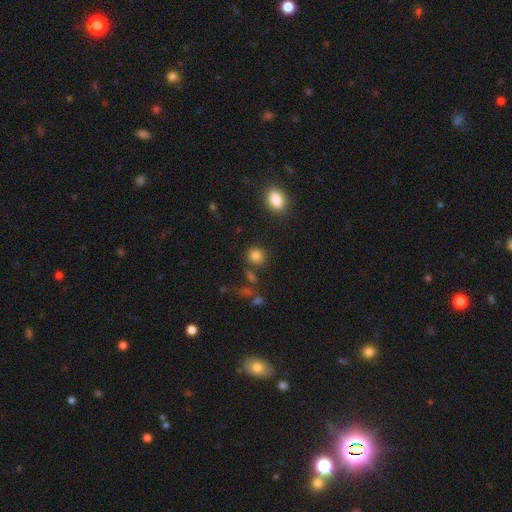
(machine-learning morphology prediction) A smooth galaxy with no disk features (83%) that is round (79%). Merging: none (77%).